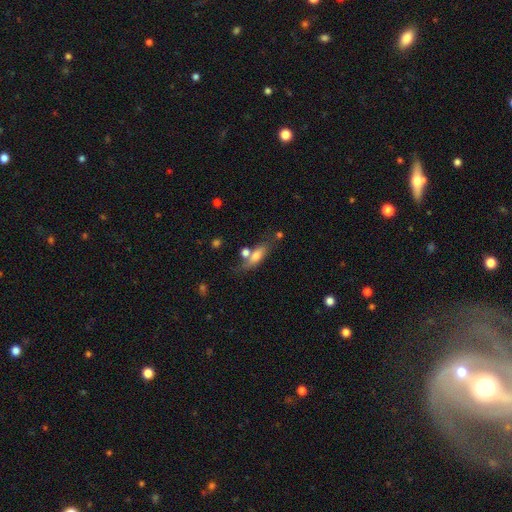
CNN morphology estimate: A smooth galaxy with no disk features (69%) that is in between round and cigar-shaped (63%). Merging: none (55%).